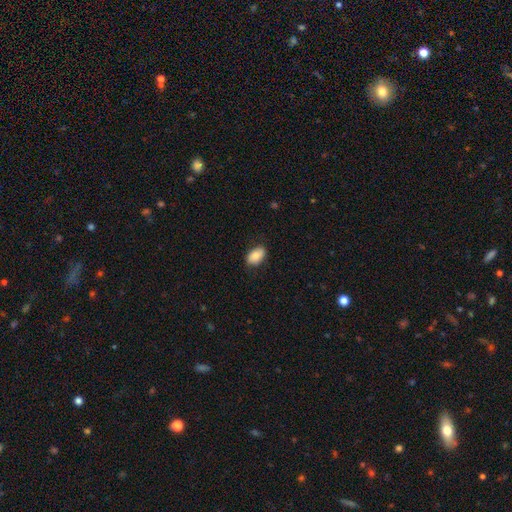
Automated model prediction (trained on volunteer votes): smooth_or_featured: smooth (p=0.84) [alt: featured or disk p=0.09]
how_rounded: in between (p=0.92) [alt: round p=0.06]
merging: none (p=0.81) [alt: minor disturbance p=0.15]